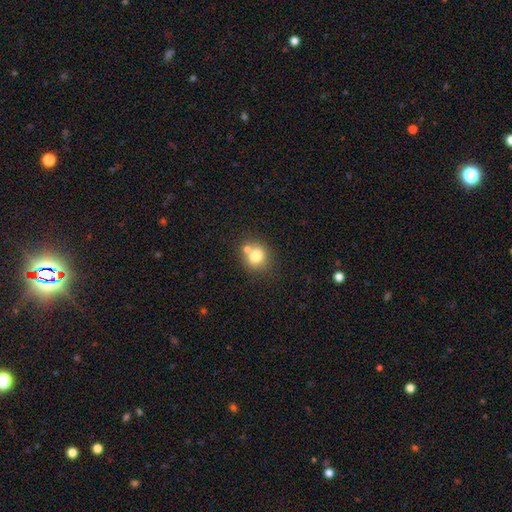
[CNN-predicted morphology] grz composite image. It shows a smooth galaxy with no disk features (77%) that is round (79%). Merging: none (57%).